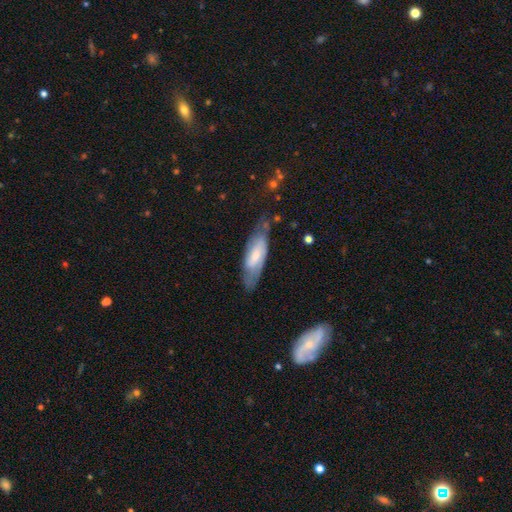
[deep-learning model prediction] Overall: featured or disk (51%; smooth 42%). Edge-on disk: no (76%). Merging: none (62%; minor disturbance 26%).